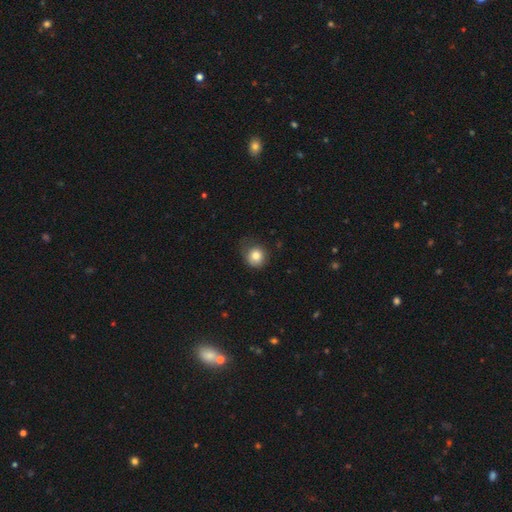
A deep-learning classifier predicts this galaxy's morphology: type=smooth (82%); roundness=round (81%); merging=none (56%).